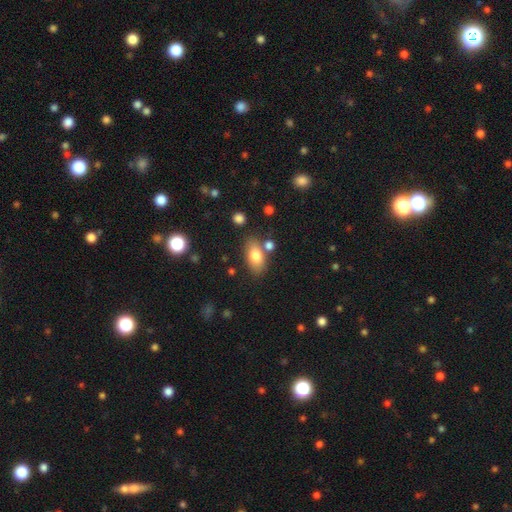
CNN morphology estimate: smooth_or_featured: smooth (p=0.78) [alt: featured or disk p=0.14]
how_rounded: in between (p=0.88) [alt: round p=0.06]
merging: none (p=0.72) [alt: minor disturbance p=0.13]